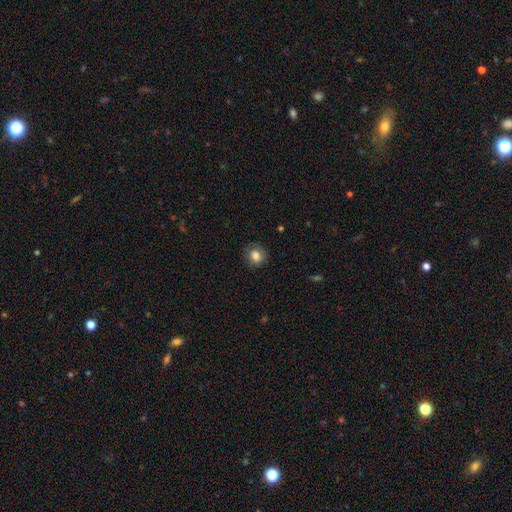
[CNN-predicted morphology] Q: Smooth or featured?
A: smooth (81%); runner-up: star or artifact (10%)
Q: How rounded?
A: round (79%); runner-up: in between (20%)
Q: Merging?
A: none (80%); runner-up: minor disturbance (15%)